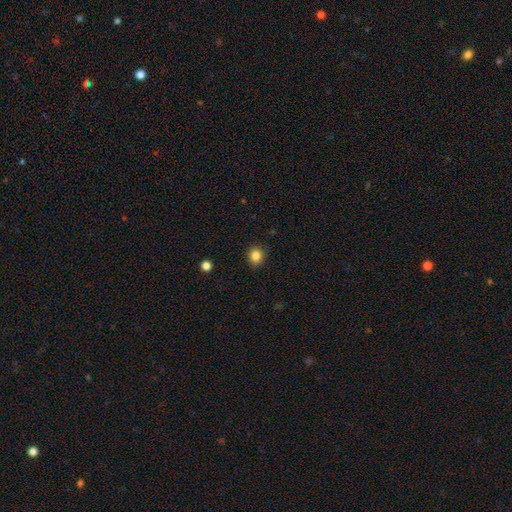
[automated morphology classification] smooth-or-featured: smooth: 84% | star or artifact: 11% | featured or disk: 5%
  how-rounded: round: 80% | in between: 19% | cigar-shaped: 1%
  merging: none: 89% | minor disturbance: 8% | major disturbance: 2% | merger: 1%